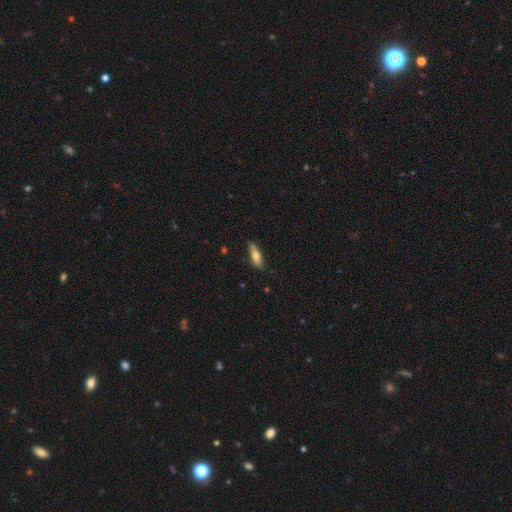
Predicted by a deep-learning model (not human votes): smooth 67%, featured or disk 27%, star or artifact 6%. Down the decision tree: how rounded — cigar-shaped (60%); merging — none (81%).